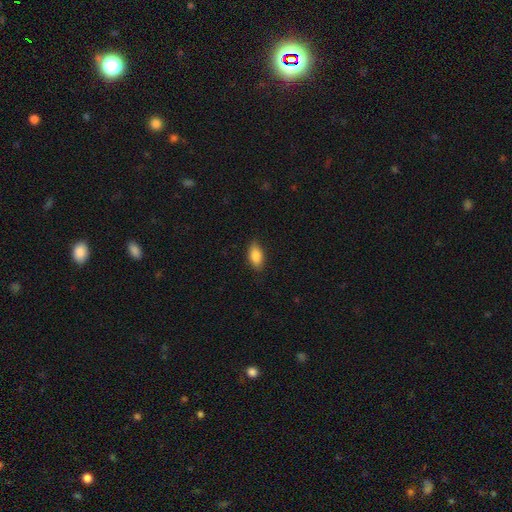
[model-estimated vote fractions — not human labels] Smooth or featured? Predicted: smooth (p=0.86). How rounded? Predicted: in between (p=0.90). Merging? Predicted: none (p=0.85).